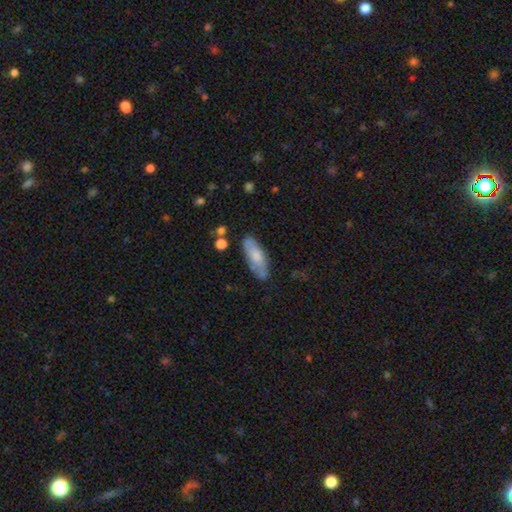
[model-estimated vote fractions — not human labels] Q: Smooth or featured?
A: smooth (67%); runner-up: featured or disk (27%)
Q: How rounded?
A: in between (66%); runner-up: cigar-shaped (32%)
Q: Merging?
A: none (74%); runner-up: minor disturbance (19%)